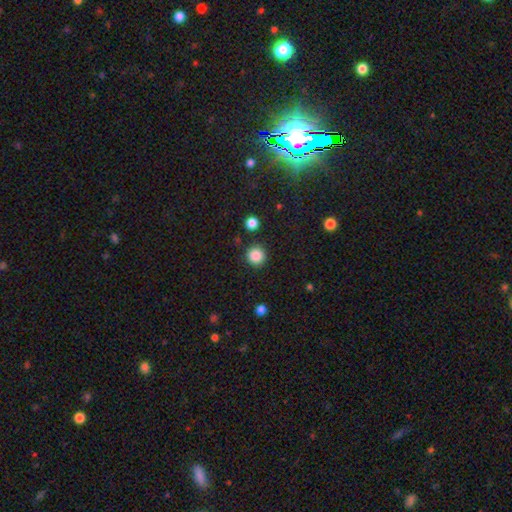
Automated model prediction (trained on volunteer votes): Smooth or featured? smooth (87%)
How rounded? round (94%)
Merging? none (89%)